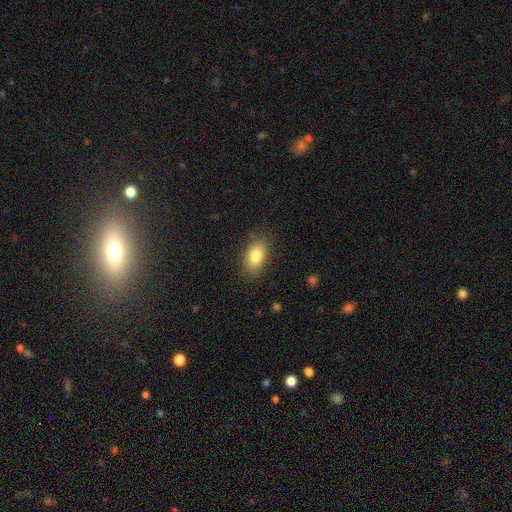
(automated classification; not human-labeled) Smooth or featured? Predicted: smooth (p=0.83). How rounded? Predicted: in between (p=0.89). Merging? Predicted: none (p=0.83).